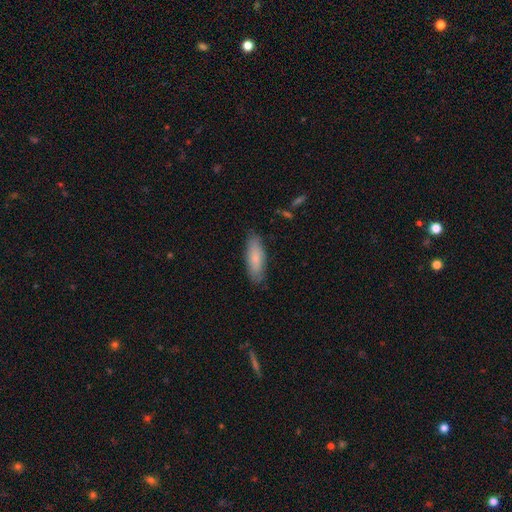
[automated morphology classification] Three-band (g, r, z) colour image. It shows a smooth galaxy with no disk features (81%) that is in between round and cigar-shaped (51%). Merging: none (84%).